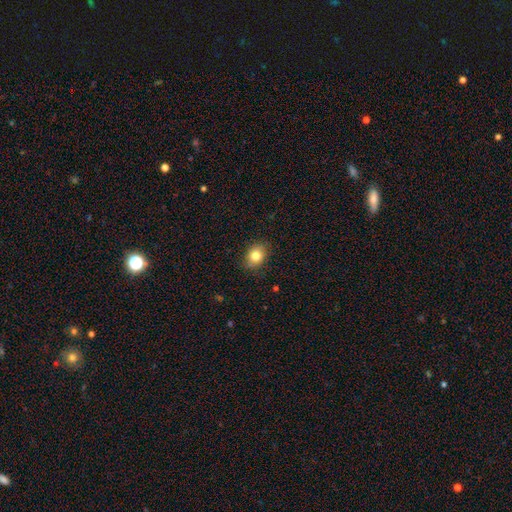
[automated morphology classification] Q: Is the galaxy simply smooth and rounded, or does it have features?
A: smooth — 81%.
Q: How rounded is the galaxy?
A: in between — 58%.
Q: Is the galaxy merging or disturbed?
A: none — 83%.